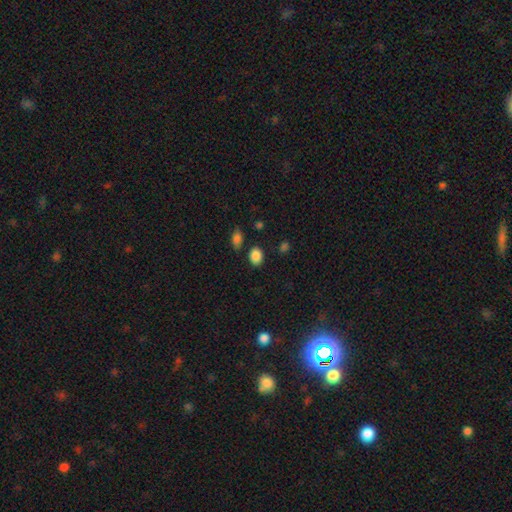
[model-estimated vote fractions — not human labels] Q: Smooth or featured?
A: smooth (86%); runner-up: star or artifact (10%)
Q: How rounded?
A: in between (59%); runner-up: round (40%)
Q: Merging?
A: none (80%); runner-up: minor disturbance (11%)